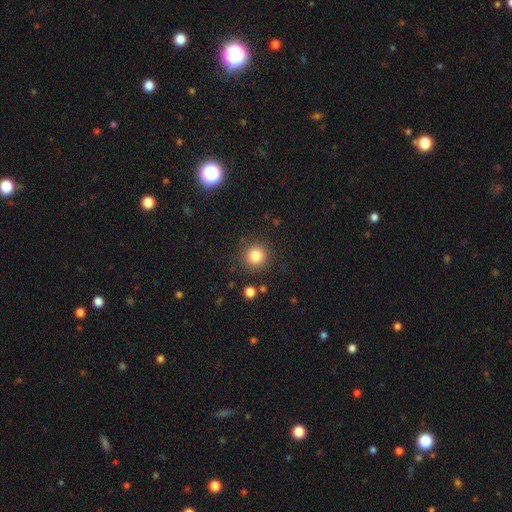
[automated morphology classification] Smooth or featured? Predicted: smooth (p=0.83). How rounded? Predicted: round (p=0.94). Merging? Predicted: none (p=0.87).